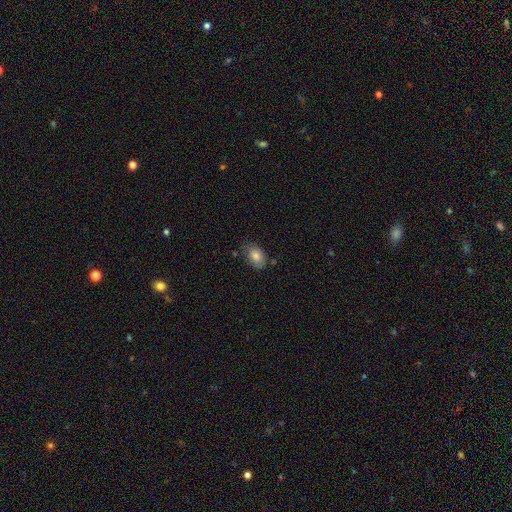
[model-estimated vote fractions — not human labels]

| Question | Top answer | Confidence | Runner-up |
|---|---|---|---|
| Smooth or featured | smooth | 83% | featured or disk (9%) |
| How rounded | in between | 86% | round (12%) |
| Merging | none | 71% | minor disturbance (22%) |